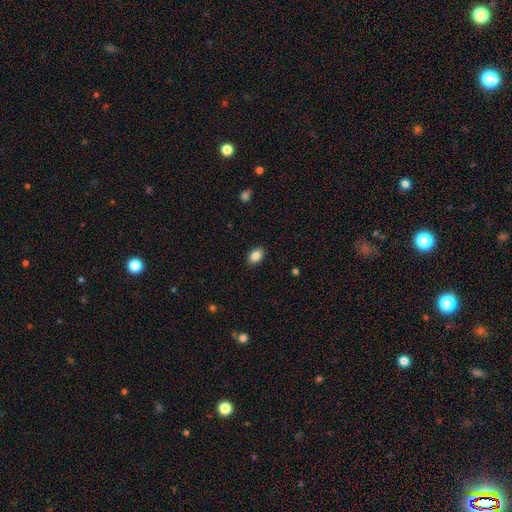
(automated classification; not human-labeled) Smooth or featured? smooth (87%)
How rounded? in between (80%)
Merging? none (89%)